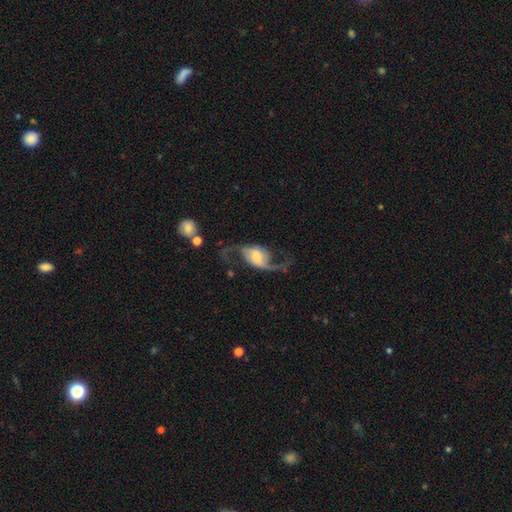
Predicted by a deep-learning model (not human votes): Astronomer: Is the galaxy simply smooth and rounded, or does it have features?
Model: featured or disk — 86%.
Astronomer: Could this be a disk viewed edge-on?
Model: no — 96%.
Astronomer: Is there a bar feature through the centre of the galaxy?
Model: weak — 41% (runner-up: no, 37%).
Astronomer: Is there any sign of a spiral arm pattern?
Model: yes — 96%.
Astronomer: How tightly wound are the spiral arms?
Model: loose — 83%.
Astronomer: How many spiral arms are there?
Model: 2 — 93%.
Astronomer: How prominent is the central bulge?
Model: moderate — 34% (runner-up: small, 30%).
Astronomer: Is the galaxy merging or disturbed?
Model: none — 66%.